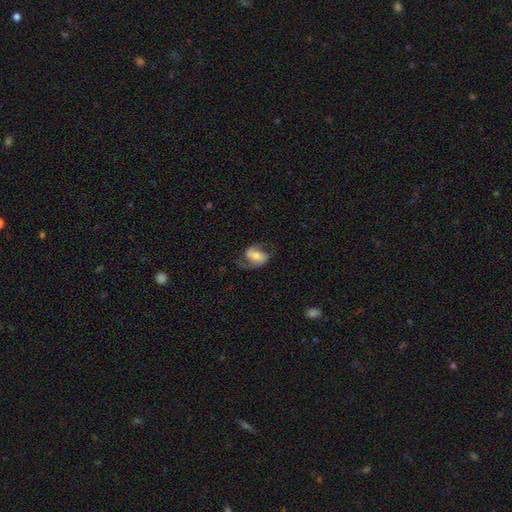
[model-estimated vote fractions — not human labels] Smooth or featured: featured or disk — 56% (smooth — 37%)
Edge-on disk: no — 96% (yes — 4%)
Bar: no — 35% (tied with weak — 35%)
Spiral arms: yes — 84% (no — 16%)
Bulge size: moderate — 46% (small — 32%)
Merging: none — 61% (minor disturbance — 21%)